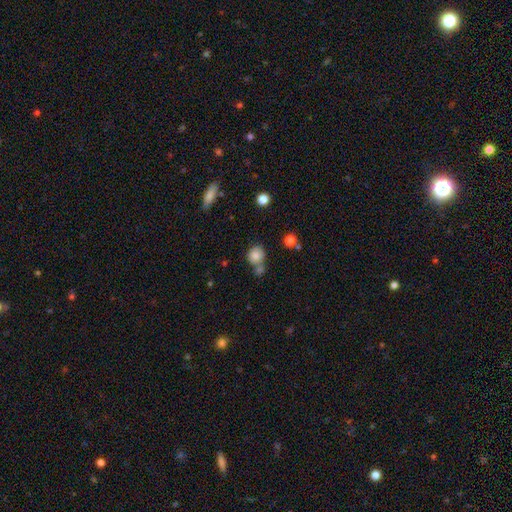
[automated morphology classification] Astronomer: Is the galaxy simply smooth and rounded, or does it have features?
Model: smooth — 82%.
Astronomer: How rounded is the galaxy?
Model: round — 79%.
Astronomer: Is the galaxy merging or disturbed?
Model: none — 54%.